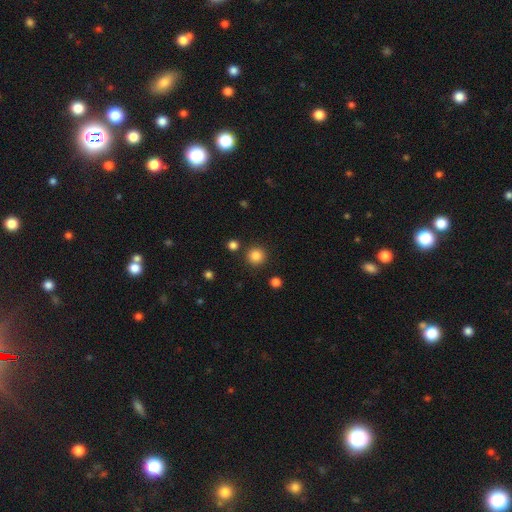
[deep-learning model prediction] The model was most divided on "smooth or featured": smooth: 85%, star or artifact: 11%, featured or disk: 4%. More confident: how rounded — round (95%); merging — none (89%).